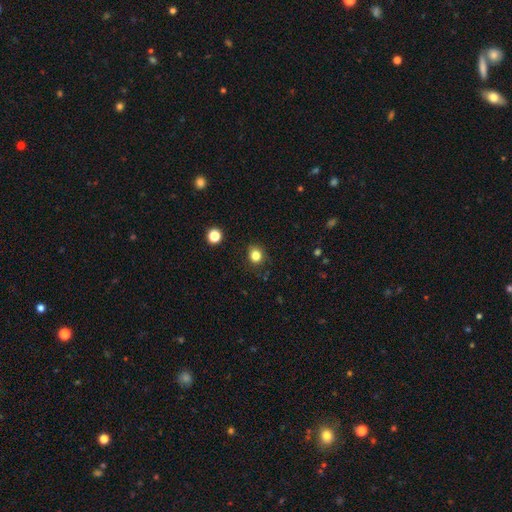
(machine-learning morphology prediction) Q: Smooth or featured?
A: smooth (83%); runner-up: star or artifact (12%)
Q: How rounded?
A: round (75%); runner-up: in between (25%)
Q: Merging?
A: none (86%); runner-up: minor disturbance (10%)